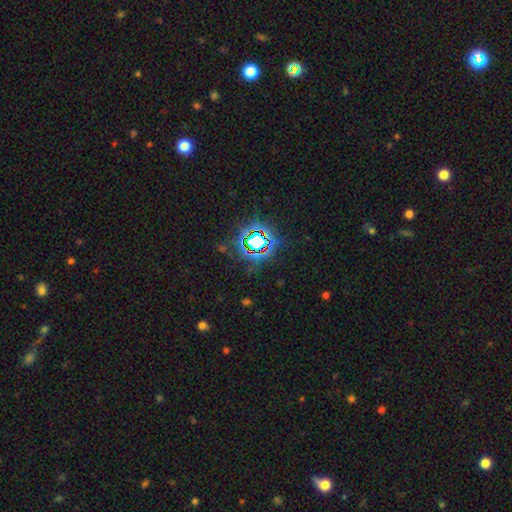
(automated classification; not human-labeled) A star or artifact, not a galaxy (79%).